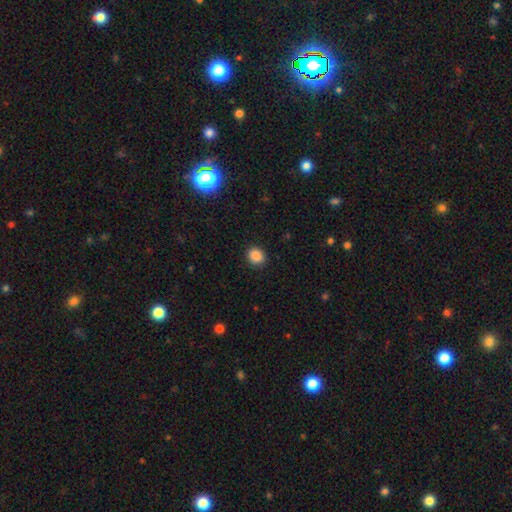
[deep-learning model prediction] This is clearly a smooth galaxy (87%). How rounded: likely round (74%). Merging: clearly none (90%).